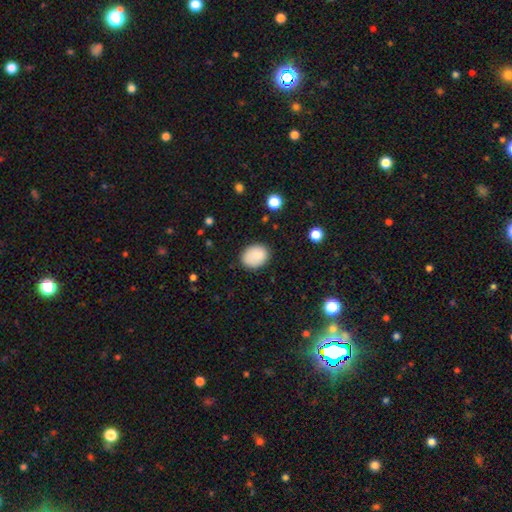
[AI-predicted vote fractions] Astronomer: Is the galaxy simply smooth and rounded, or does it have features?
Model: smooth — 84%.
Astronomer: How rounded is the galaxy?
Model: in between — 57% (runner-up: round, 42%).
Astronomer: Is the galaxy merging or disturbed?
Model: none — 78%.